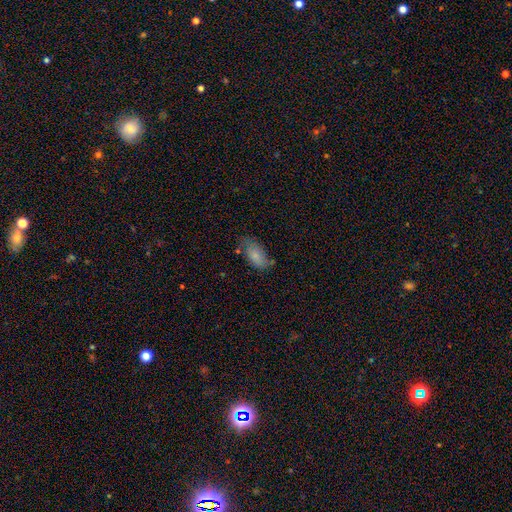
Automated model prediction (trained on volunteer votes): smooth-or-featured: smooth: 78% | featured or disk: 15% | star or artifact: 8%
  how-rounded: in between: 93% | cigar-shaped: 4% | round: 4%
  merging: none: 54% | minor disturbance: 30% | major disturbance: 10% | merger: 7%